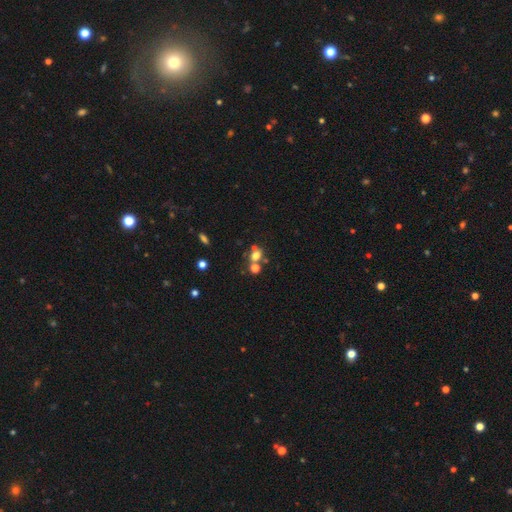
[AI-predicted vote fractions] Overall: smooth (65%). How rounded: round (64%; in between 34%). Merging: none (47%; merger 38%).